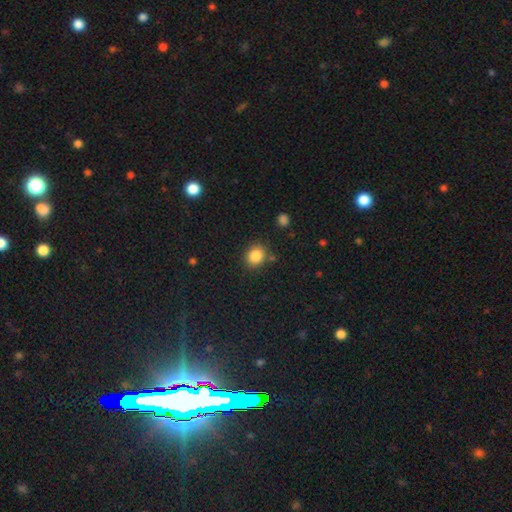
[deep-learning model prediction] smooth_or_featured: smooth (p=0.85) [alt: star or artifact p=0.10]
how_rounded: round (p=0.70) [alt: in between p=0.29]
merging: none (p=0.80) [alt: minor disturbance p=0.11]